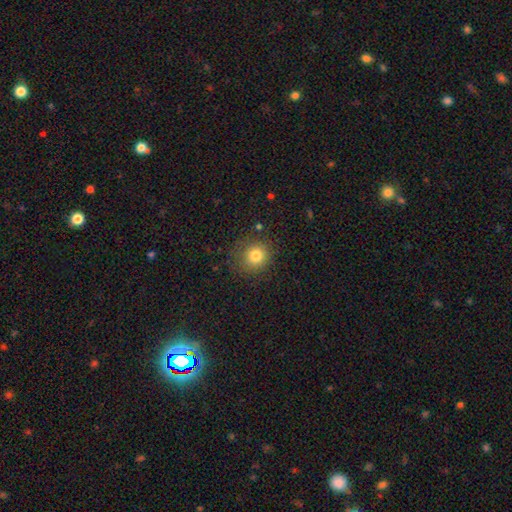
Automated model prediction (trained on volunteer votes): smooth-or-featured: smooth: 80% | star or artifact: 12% | featured or disk: 7%
  how-rounded: round: 87% | in between: 12% | cigar-shaped: 1%
  merging: none: 84% | minor disturbance: 10% | major disturbance: 4% | merger: 2%